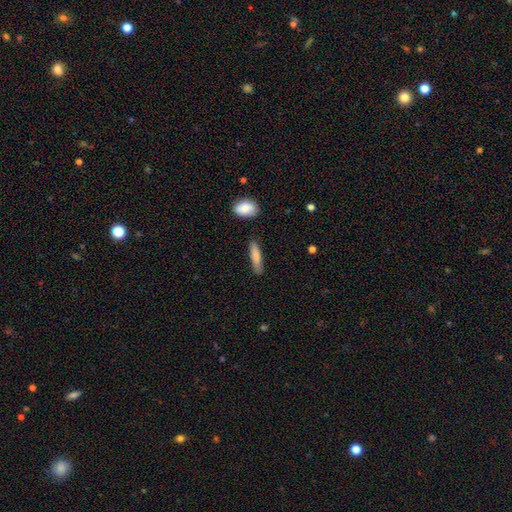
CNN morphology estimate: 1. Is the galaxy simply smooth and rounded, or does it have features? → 80% smooth, 14% featured or disk, 6% star or artifact.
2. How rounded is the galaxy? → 79% cigar-shaped, 19% in between, 2% round.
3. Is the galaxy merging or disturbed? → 83% none, 12% minor disturbance, 3% merger, 2% major disturbance.